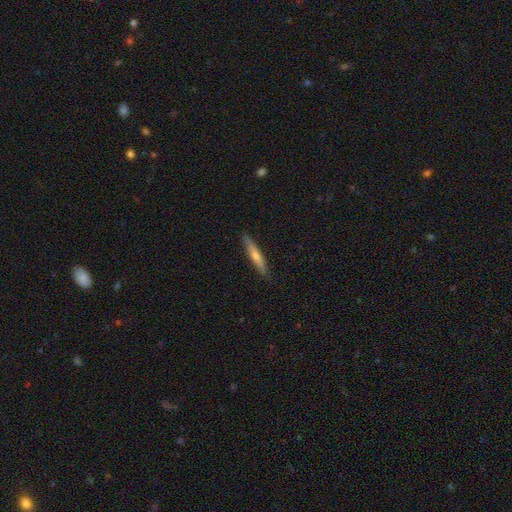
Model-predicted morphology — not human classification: smooth_or_featured: featured or disk (p=0.51) [alt: smooth p=0.43]
disk_edge_on: yes (p=0.93) [alt: no p=0.07]
merging: none (p=0.90) [alt: minor disturbance p=0.08]